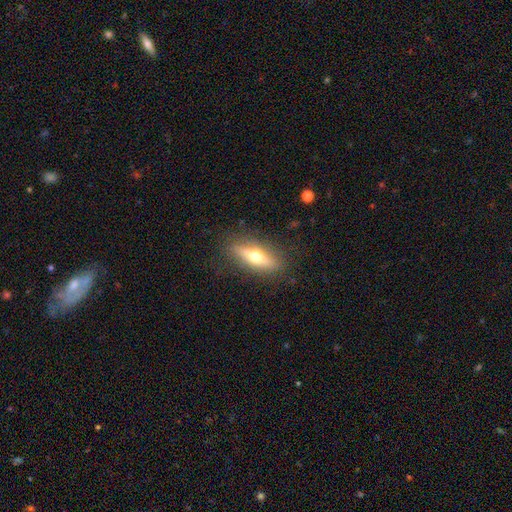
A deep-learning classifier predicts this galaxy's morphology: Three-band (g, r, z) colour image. It shows a featured or disk galaxy (50%). Merging: none (85%).